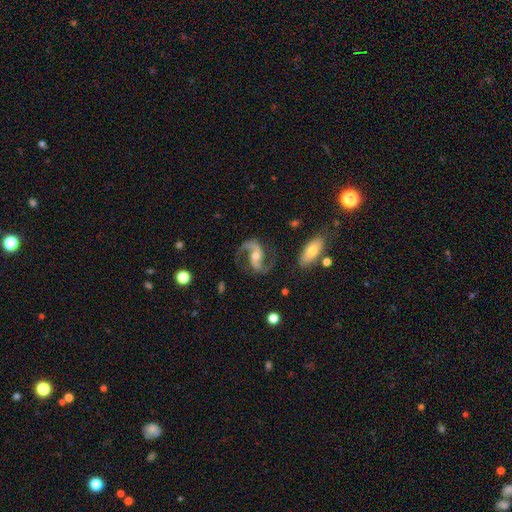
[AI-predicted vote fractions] featured or disk 91%, star or artifact 5%, smooth 4%. Down the decision tree: edge-on disk — no (97%); bar — no (38%); spiral arms — yes (98%); spiral arm count — 2 (94%); spiral winding — loose (54%); bulge size — moderate (58%); merging — none (77%).